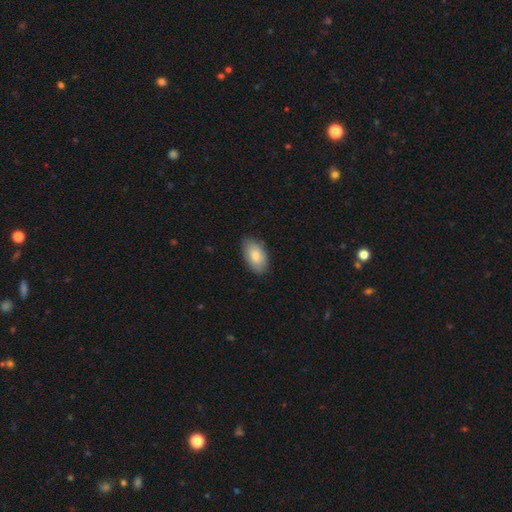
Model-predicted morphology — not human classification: Smooth or featured?
  - smooth: 80% *
  - featured or disk: 14%
  - star or artifact: 6%
How rounded?
  - in between: 94% *
  - round: 5%
  - cigar-shaped: 2%
Merging?
  - none: 83% *
  - minor disturbance: 14%
  - major disturbance: 2%
  - merger: 1%